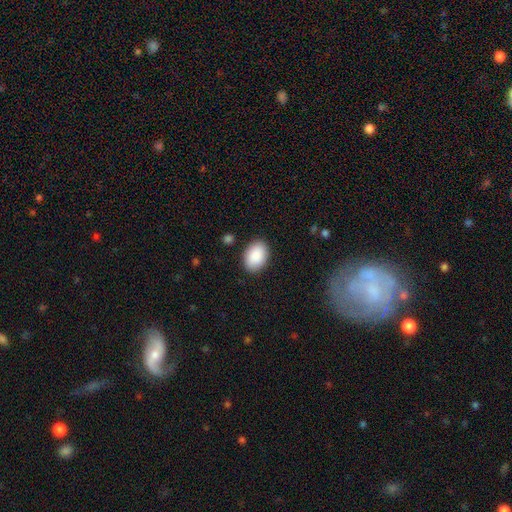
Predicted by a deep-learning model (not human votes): smooth_or_featured: smooth (p=0.90) [alt: star or artifact p=0.06]
how_rounded: in between (p=0.84) [alt: round p=0.15]
merging: none (p=0.88) [alt: minor disturbance p=0.09]